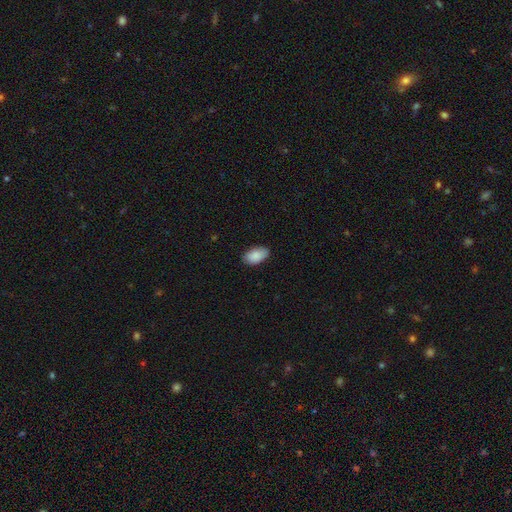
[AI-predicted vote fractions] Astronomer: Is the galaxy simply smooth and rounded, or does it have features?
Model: smooth — 89%.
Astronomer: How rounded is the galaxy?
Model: in between — 94%.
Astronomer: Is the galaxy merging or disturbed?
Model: none — 82%.